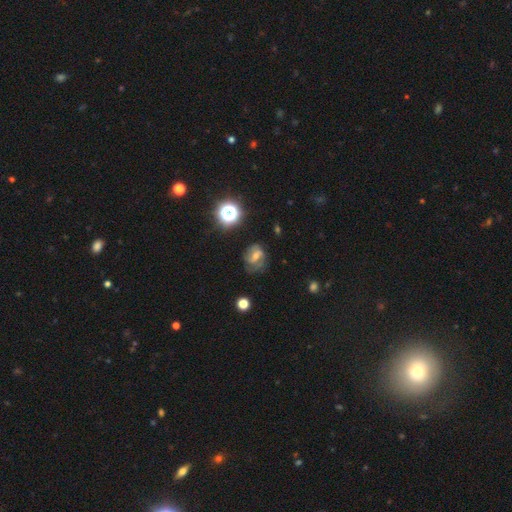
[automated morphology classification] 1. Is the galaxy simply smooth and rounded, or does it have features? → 58% featured or disk, 27% smooth, 16% star or artifact.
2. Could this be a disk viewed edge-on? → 96% no, 4% yes.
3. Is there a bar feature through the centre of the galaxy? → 47% weak, 27% no, 25% strong.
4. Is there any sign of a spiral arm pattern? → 80% yes, 20% no.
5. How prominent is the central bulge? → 53% moderate, 37% small, 5% large, 4% none, 1% dominant.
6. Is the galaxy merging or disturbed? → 61% none, 22% minor disturbance, 15% major disturbance, 2% merger.